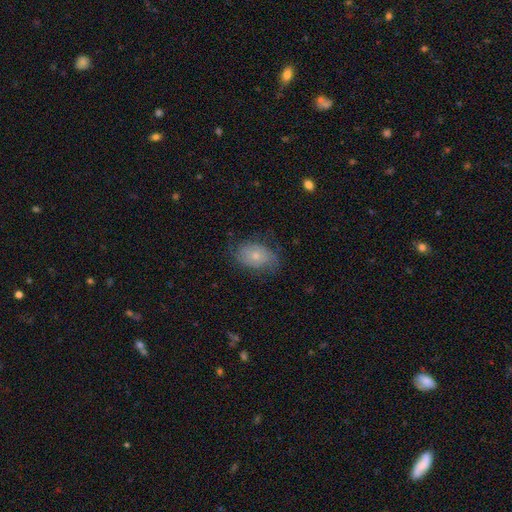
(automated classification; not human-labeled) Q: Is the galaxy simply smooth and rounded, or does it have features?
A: smooth — 52%.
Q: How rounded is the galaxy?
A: in between — 79%.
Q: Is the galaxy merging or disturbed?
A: none — 63%.